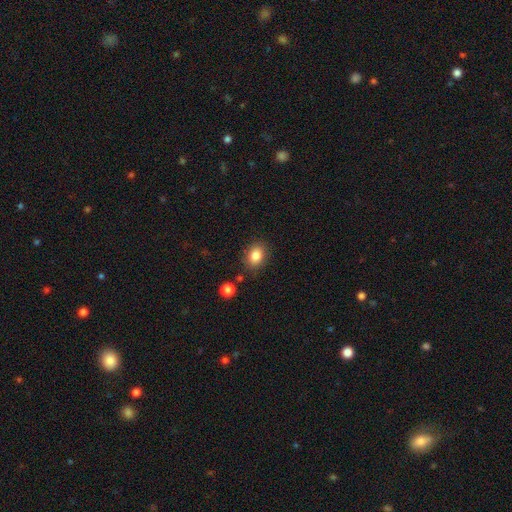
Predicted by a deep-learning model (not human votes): This appears to be a smooth galaxy with no disk features (84%) that is in between round and cigar-shaped (65%). Merging: none (82%).